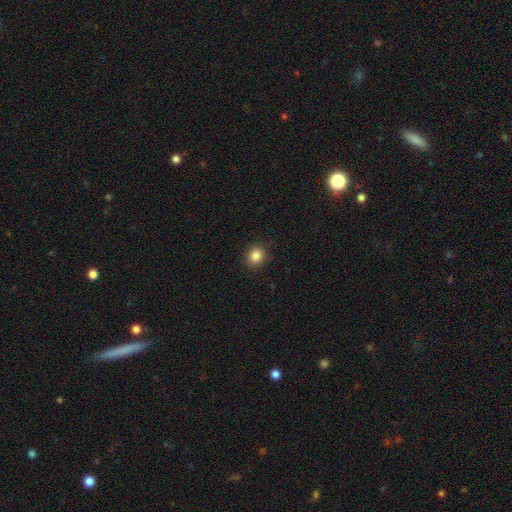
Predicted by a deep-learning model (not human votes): Smooth or featured? smooth (85%)
How rounded? round (79%)
Merging? none (88%)